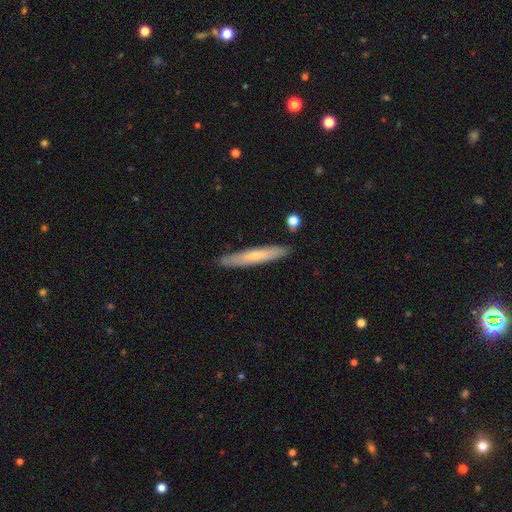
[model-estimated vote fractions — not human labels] Q: Smooth or featured?
A: smooth (55%); runner-up: featured or disk (39%)
Q: How rounded?
A: cigar-shaped (93%); runner-up: in between (6%)
Q: Merging?
A: none (88%); runner-up: minor disturbance (9%)